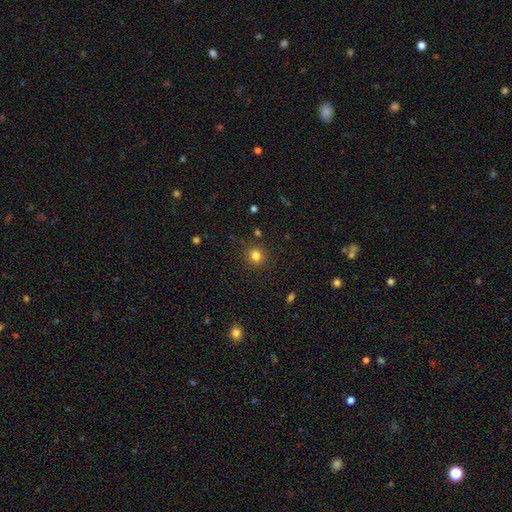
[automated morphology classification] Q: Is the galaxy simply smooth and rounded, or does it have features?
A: smooth — 81%.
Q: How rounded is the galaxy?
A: round — 92%.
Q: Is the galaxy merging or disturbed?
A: none — 89%.